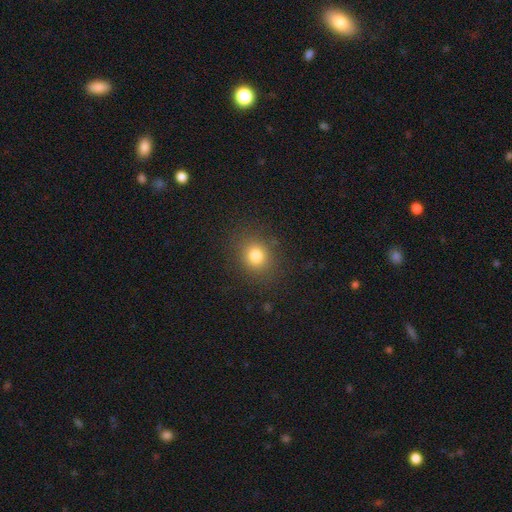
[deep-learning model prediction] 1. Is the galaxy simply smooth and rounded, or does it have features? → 79% smooth, 14% star or artifact, 7% featured or disk.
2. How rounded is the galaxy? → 74% round, 25% in between, 1% cigar-shaped.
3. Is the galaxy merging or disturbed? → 87% none, 8% minor disturbance, 4% major disturbance, 1% merger.